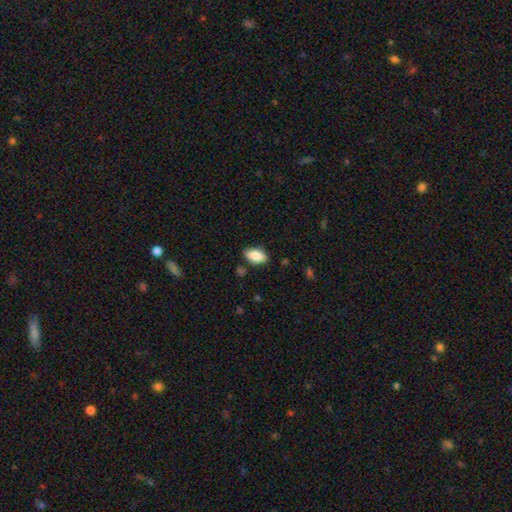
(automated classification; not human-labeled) Smooth or featured? Predicted: smooth (p=0.84). How rounded? Predicted: in between (p=0.92). Merging? Predicted: none (p=0.83).